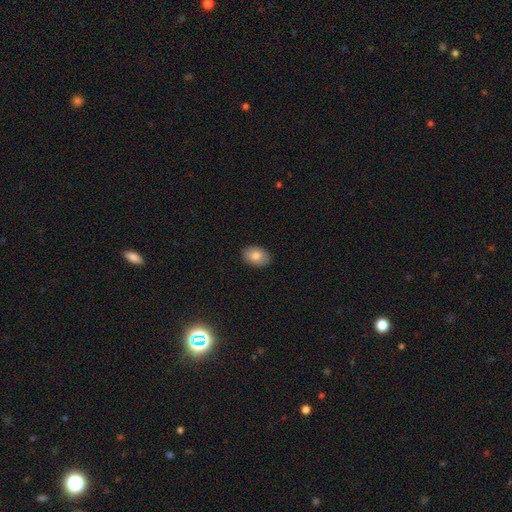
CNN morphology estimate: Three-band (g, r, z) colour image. It shows a smooth galaxy with no disk features (82%) that is in between round and cigar-shaped (81%). Merging: none (89%).